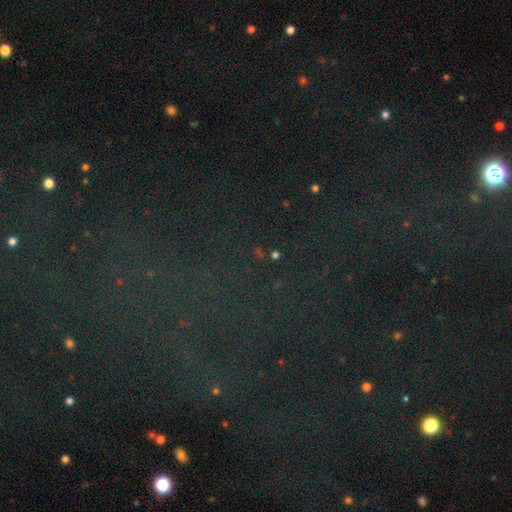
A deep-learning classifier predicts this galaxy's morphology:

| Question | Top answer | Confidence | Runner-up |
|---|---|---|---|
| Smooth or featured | star or artifact | 75% | smooth (15%) |